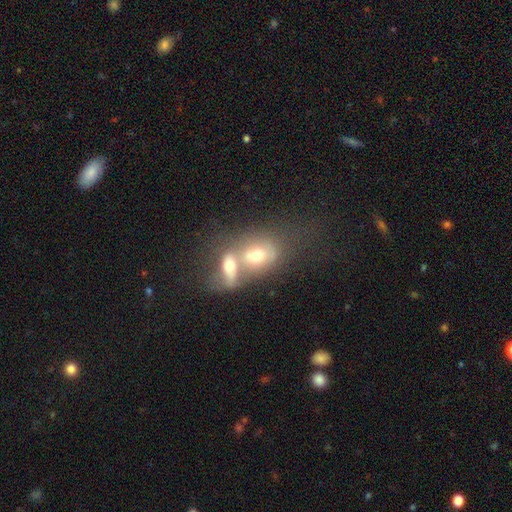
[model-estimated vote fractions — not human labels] smooth 54%, featured or disk 33%, star or artifact 13%. Down the decision tree: how rounded — in between (56%); merging — merger (76%).